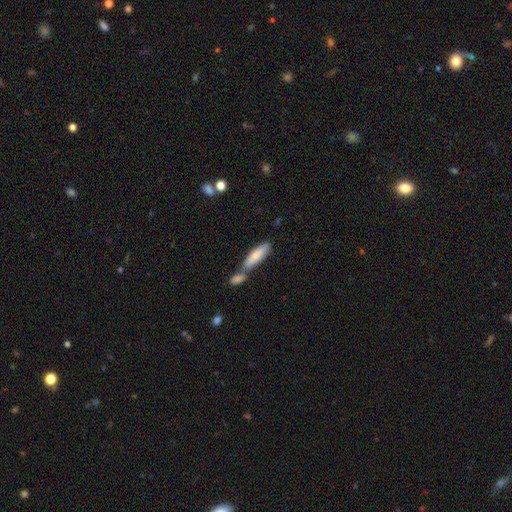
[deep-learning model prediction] A smooth galaxy with no disk features (79%) that is cigar-shaped (56%). Merging: none (43%).